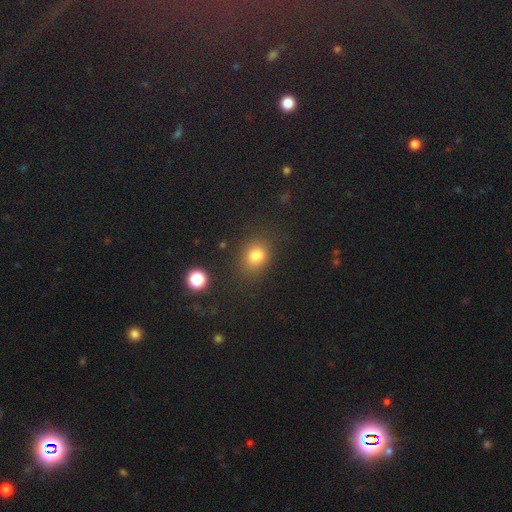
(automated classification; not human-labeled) smooth_or_featured: smooth (p=0.80) [alt: star or artifact p=0.14]
how_rounded: round (p=0.52) [alt: in between p=0.47]
merging: none (p=0.73) [alt: minor disturbance p=0.16]